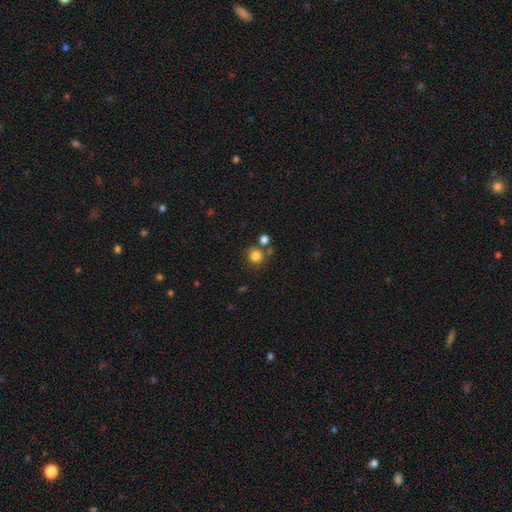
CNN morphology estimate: type=smooth (81%); roundness=round (91%); merging=none (71%).